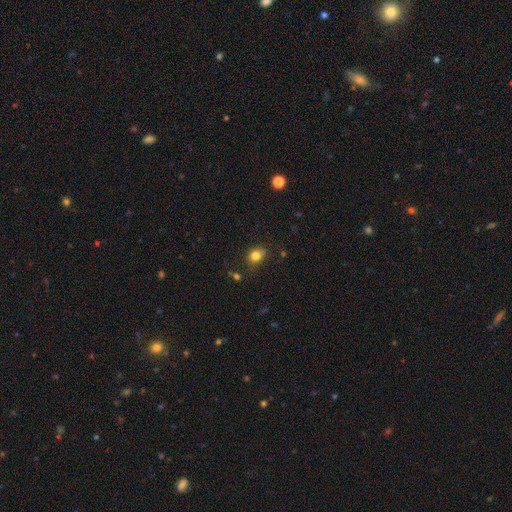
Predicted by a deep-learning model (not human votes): Smooth or featured: smooth — 82% (star or artifact — 12%)
How rounded: round — 56% (in between — 43%)
Merging: none — 74% (minor disturbance — 19%)